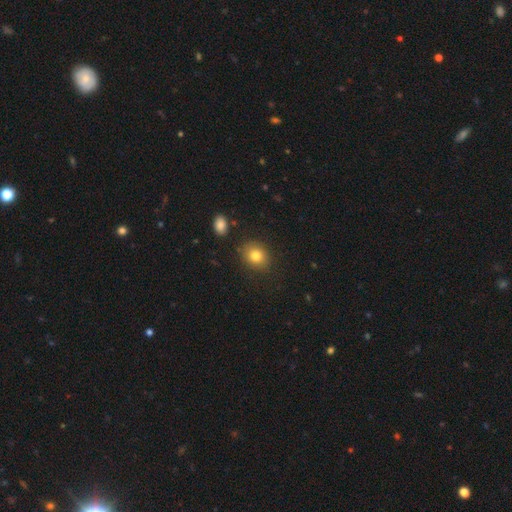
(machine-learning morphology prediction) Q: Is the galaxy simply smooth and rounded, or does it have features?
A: smooth — 81%.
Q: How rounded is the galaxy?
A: round — 60%.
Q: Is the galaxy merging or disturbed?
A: none — 85%.